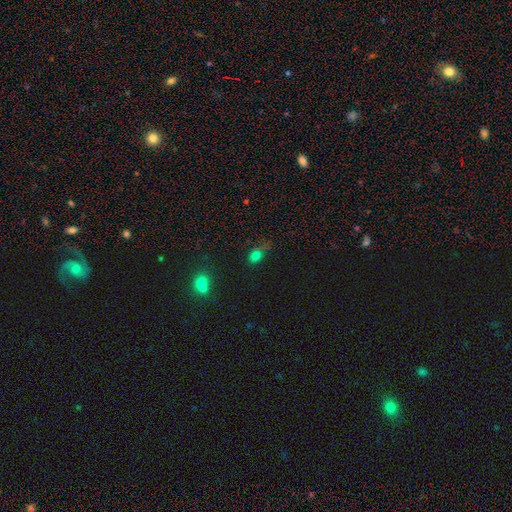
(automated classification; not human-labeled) Smooth or featured? Predicted: smooth (p=0.69). How rounded? Predicted: in between (p=0.55). Merging? Predicted: none (p=0.55).